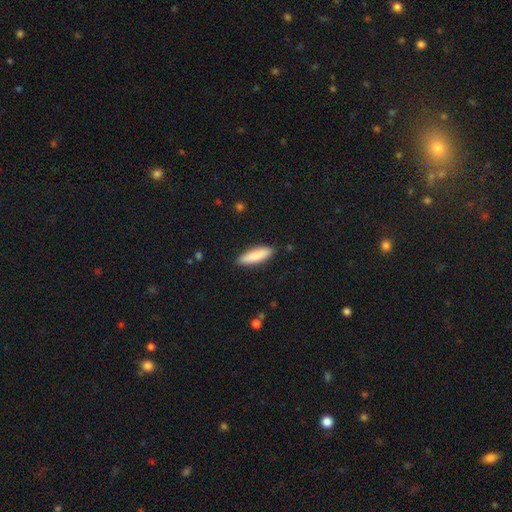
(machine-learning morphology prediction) Q: Smooth or featured?
A: smooth (86%); runner-up: featured or disk (8%)
Q: How rounded?
A: cigar-shaped (58%); runner-up: in between (41%)
Q: Merging?
A: none (88%); runner-up: minor disturbance (9%)